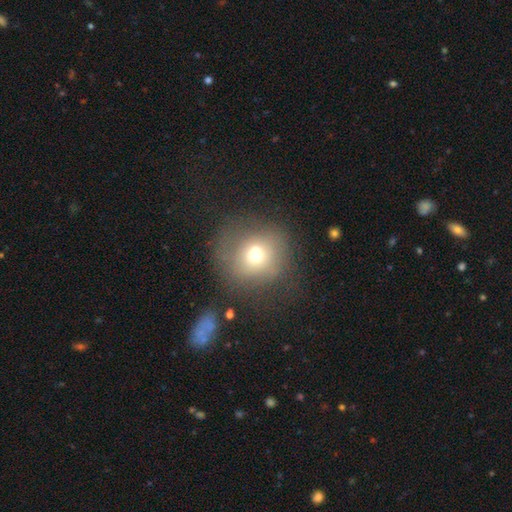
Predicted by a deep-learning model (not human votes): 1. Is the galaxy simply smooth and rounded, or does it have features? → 64% smooth, 22% featured or disk, 14% star or artifact.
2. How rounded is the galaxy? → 88% round, 11% in between, 1% cigar-shaped.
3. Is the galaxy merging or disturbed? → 48% none, 23% merger, 16% minor disturbance, 13% major disturbance.